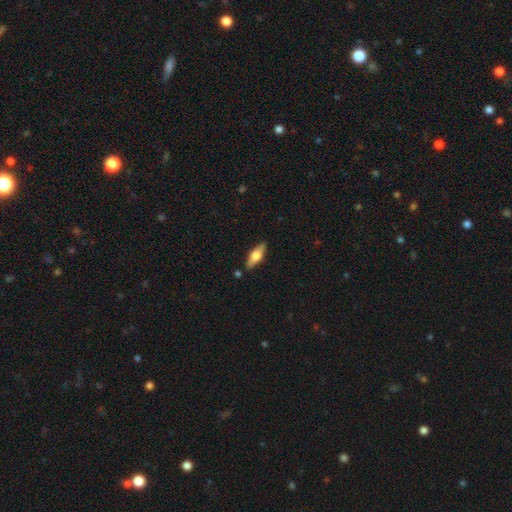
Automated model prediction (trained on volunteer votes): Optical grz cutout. It shows a smooth galaxy with no disk features (58%) that is in between round and cigar-shaped (60%). Merging: none (85%).